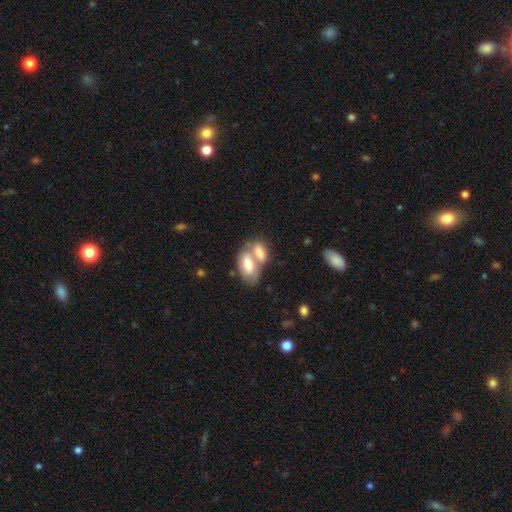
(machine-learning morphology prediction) Smooth or featured?
  - smooth: 64% *
  - featured or disk: 29%
  - star or artifact: 8%
How rounded?
  - in between: 89% *
  - round: 7%
  - cigar-shaped: 4%
Merging?
  - merger: 65% *
  - none: 22%
  - minor disturbance: 8%
  - major disturbance: 4%